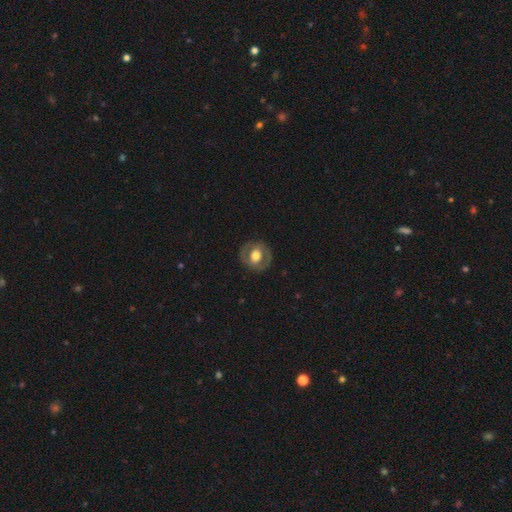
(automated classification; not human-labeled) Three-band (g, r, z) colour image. It shows a featured or disk galaxy (50%). Merging: none (83%).